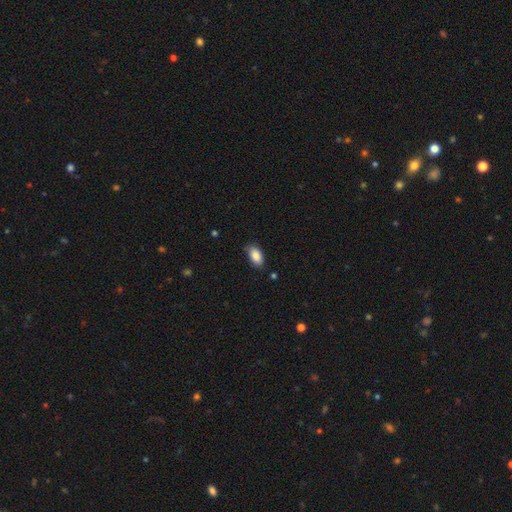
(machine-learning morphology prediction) Smooth or featured? smooth (88%)
How rounded? in between (93%)
Merging? none (78%)